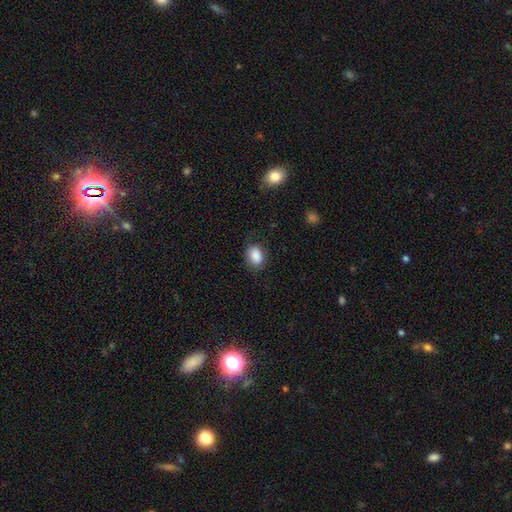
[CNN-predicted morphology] smooth 86%, star or artifact 8%, featured or disk 5%. Down the decision tree: how rounded — in between (72%); merging — none (73%).